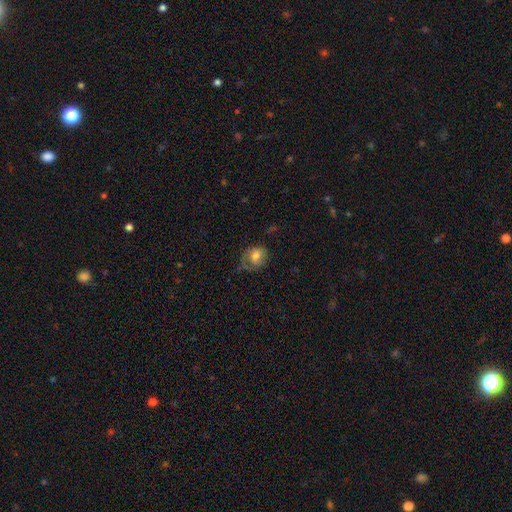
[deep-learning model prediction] Q: Smooth or featured?
A: smooth (71%); runner-up: featured or disk (20%)
Q: How rounded?
A: round (55%); runner-up: in between (44%)
Q: Merging?
A: none (44%); runner-up: minor disturbance (31%)